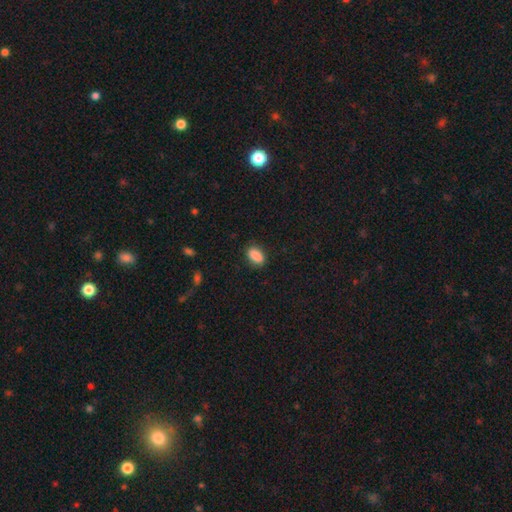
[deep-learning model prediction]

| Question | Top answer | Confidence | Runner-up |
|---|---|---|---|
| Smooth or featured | smooth | 88% | star or artifact (7%) |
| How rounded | in between | 89% | round (7%) |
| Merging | none | 83% | minor disturbance (13%) |